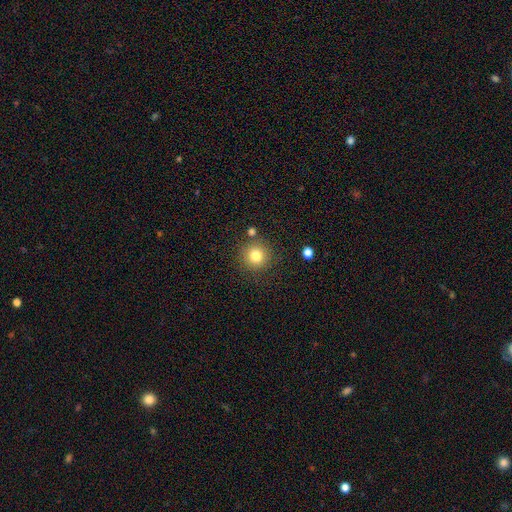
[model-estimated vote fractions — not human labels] Q: Smooth or featured?
A: smooth (80%); runner-up: star or artifact (12%)
Q: How rounded?
A: round (94%); runner-up: in between (5%)
Q: Merging?
A: none (84%); runner-up: minor disturbance (8%)